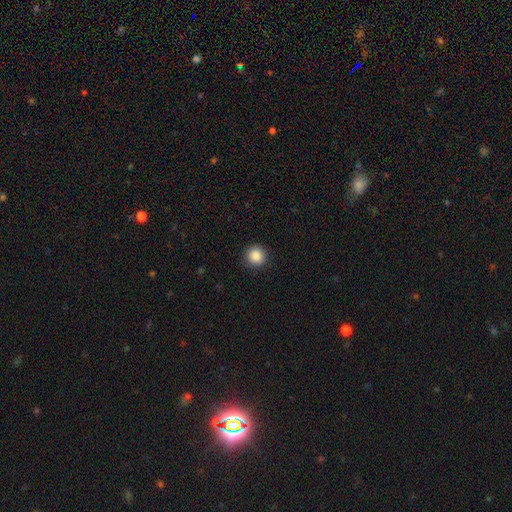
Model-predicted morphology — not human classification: type=smooth (86%); roundness=round (93%); merging=none (91%).